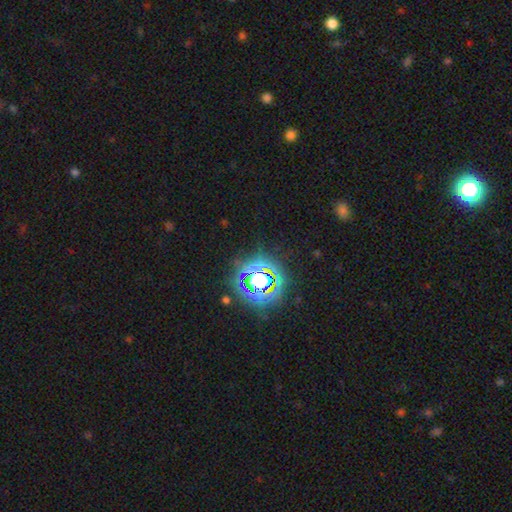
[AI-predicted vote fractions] Smooth or featured?
  - star or artifact: 82% *
  - smooth: 12%
  - featured or disk: 6%